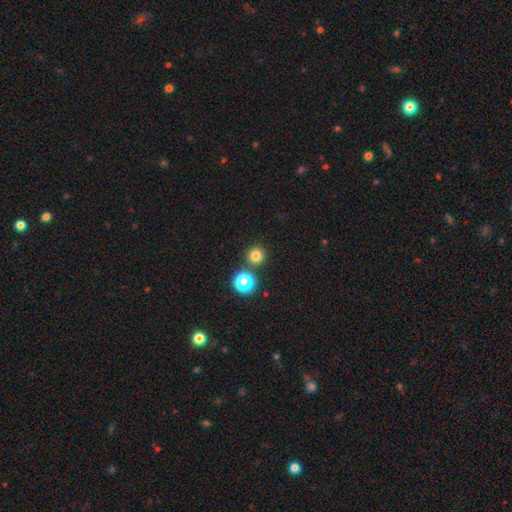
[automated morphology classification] Smooth or featured?
  - smooth: 76% *
  - star or artifact: 18%
  - featured or disk: 6%
How rounded?
  - round: 95% *
  - in between: 4%
  - cigar-shaped: 1%
Merging?
  - none: 81% *
  - merger: 11%
  - minor disturbance: 6%
  - major disturbance: 2%